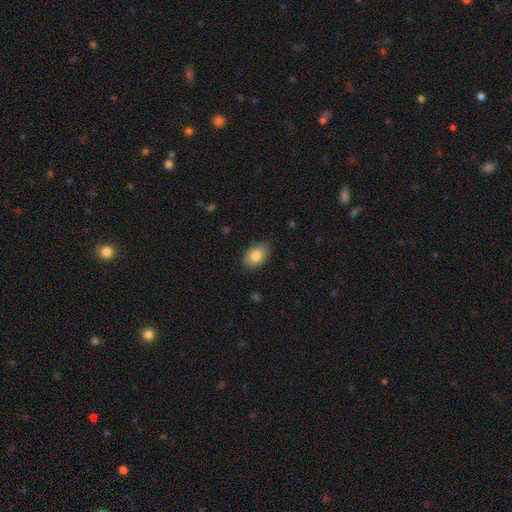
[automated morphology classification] A smooth galaxy with no disk features (86%) that is in between round and cigar-shaped (88%). Merging: none (82%).